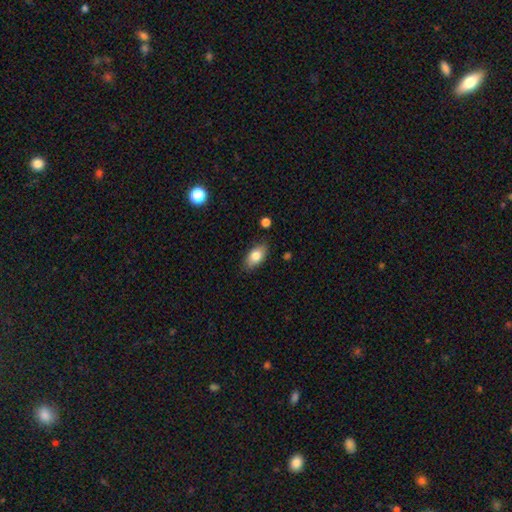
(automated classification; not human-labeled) Smooth or featured: smooth — 82% (featured or disk — 11%)
How rounded: in between — 91% (round — 5%)
Merging: none — 84% (minor disturbance — 12%)